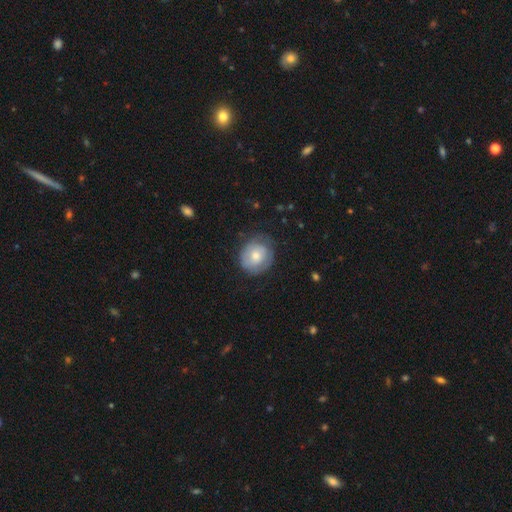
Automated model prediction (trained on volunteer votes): smooth-or-featured: smooth: 61% | featured or disk: 32% | star or artifact: 7%
  how-rounded: round: 78% | in between: 21% | cigar-shaped: 1%
  merging: none: 69% | minor disturbance: 22% | major disturbance: 8% | merger: 1%